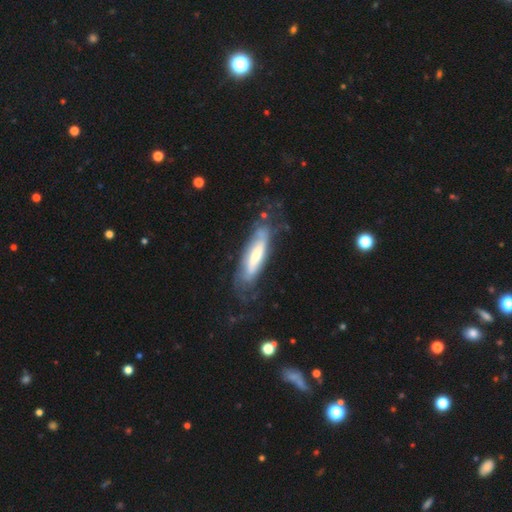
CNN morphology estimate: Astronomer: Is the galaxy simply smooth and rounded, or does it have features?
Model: featured or disk — 60%.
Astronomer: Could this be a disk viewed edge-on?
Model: no — 64%.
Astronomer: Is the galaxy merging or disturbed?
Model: none — 60%.